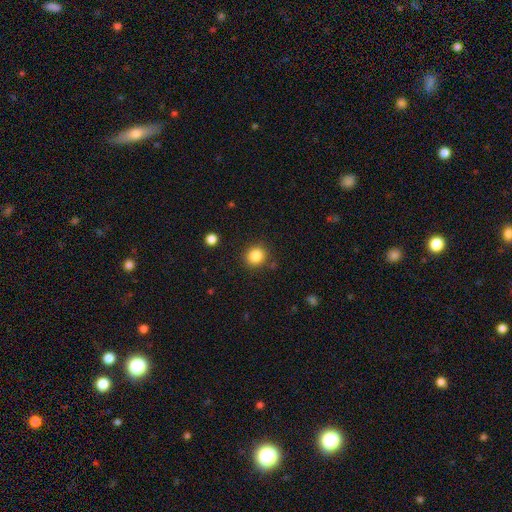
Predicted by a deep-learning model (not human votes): Smooth or featured: smooth — 85% (star or artifact — 11%)
How rounded: round — 84% (in between — 15%)
Merging: none — 87% (minor disturbance — 8%)